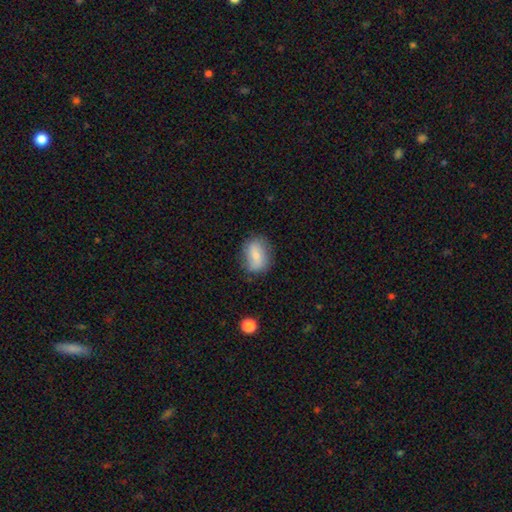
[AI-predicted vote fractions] Smooth or featured?
  - smooth: 65% *
  - featured or disk: 26%
  - star or artifact: 9%
How rounded?
  - in between: 66% *
  - round: 30%
  - cigar-shaped: 3%
Merging?
  - none: 76% *
  - minor disturbance: 18%
  - major disturbance: 5%
  - merger: 2%